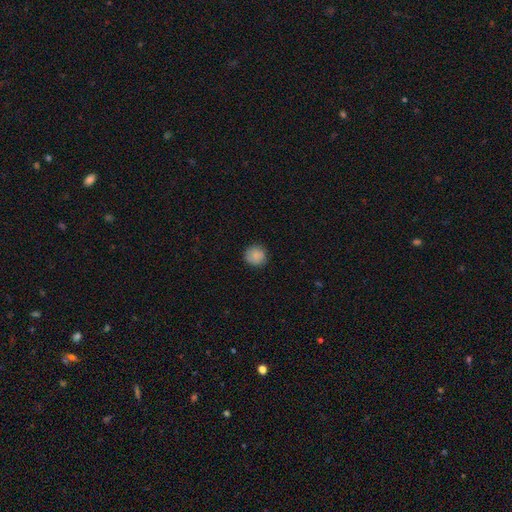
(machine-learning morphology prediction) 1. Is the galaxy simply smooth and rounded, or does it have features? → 86% smooth, 8% star or artifact, 6% featured or disk.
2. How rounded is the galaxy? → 92% round, 7% in between, 1% cigar-shaped.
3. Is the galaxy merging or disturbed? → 87% none, 9% minor disturbance, 2% major disturbance, 1% merger.